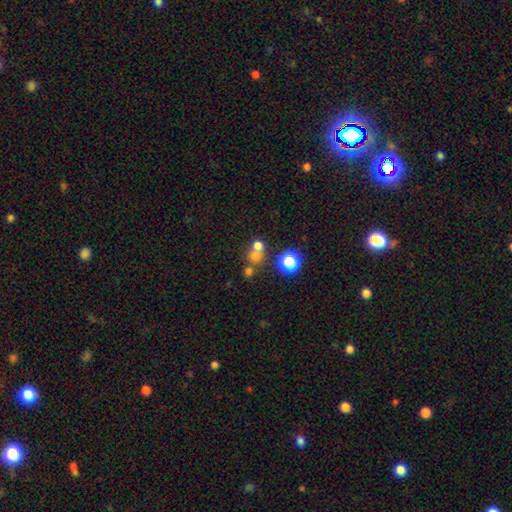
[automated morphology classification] The model was most divided on "merging": none: 47%, merger: 43%, minor disturbance: 6%, major disturbance: 4%. More confident: how rounded — round (86%); smooth or featured — smooth (64%).